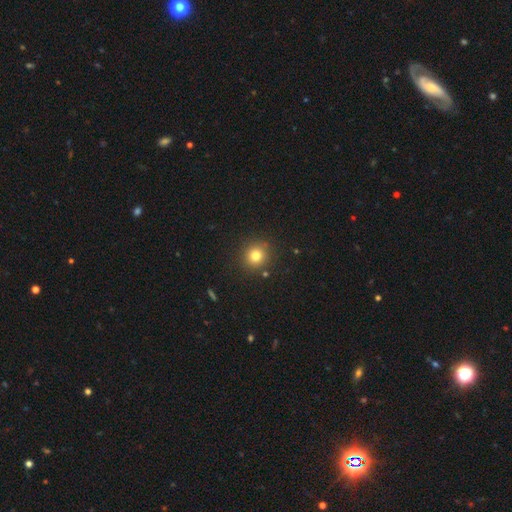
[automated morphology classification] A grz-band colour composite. It shows a smooth galaxy with no disk features (79%) that is round (90%). Merging: none (88%).